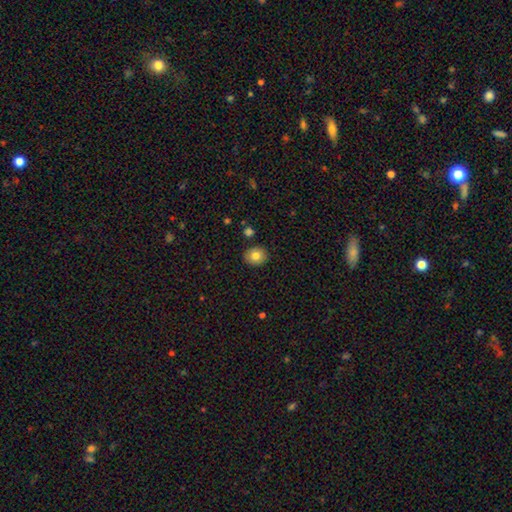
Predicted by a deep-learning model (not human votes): Smooth or featured? Predicted: smooth (p=0.81). How rounded? Predicted: round (p=0.68). Merging? Predicted: none (p=0.89).